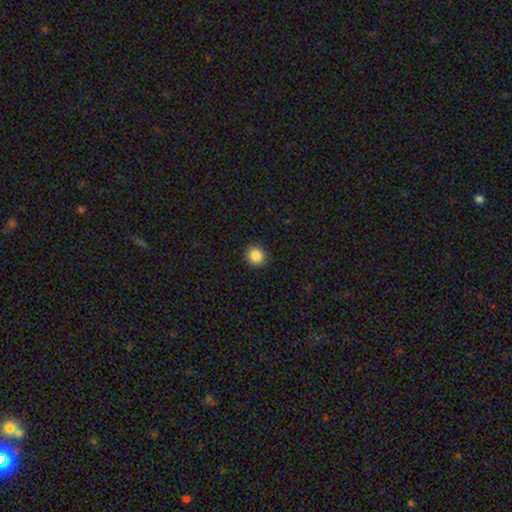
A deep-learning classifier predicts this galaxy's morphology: This appears to be a smooth galaxy with no disk features (87%) that is round (86%). Merging: none (90%).